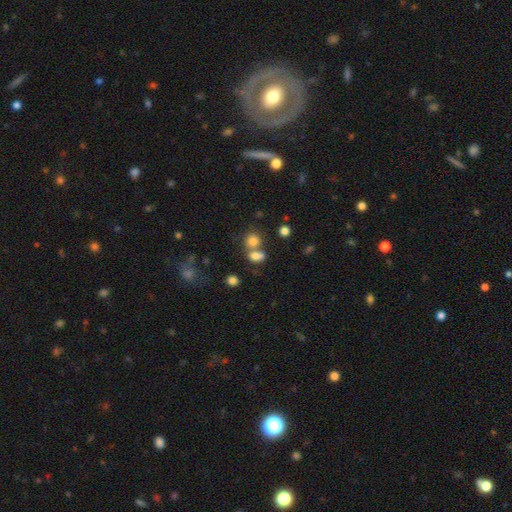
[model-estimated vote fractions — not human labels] Smooth or featured? smooth (77%)
How rounded? in between (60%)
Merging? merger (47%)